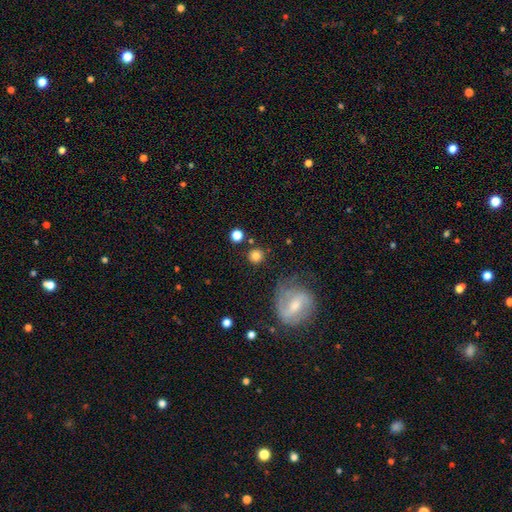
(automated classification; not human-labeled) Smooth or featured?
  - smooth: 77% *
  - featured or disk: 13%
  - star or artifact: 10%
How rounded?
  - round: 92% *
  - in between: 7%
  - cigar-shaped: 1%
Merging?
  - none: 83% *
  - minor disturbance: 8%
  - merger: 5%
  - major disturbance: 4%